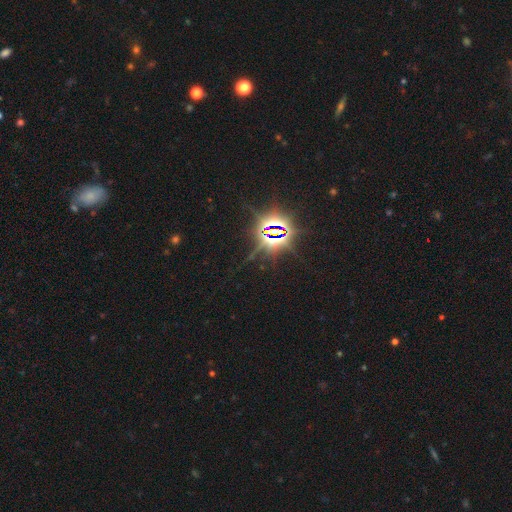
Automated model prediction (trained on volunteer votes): A star or artifact, not a galaxy (82%).